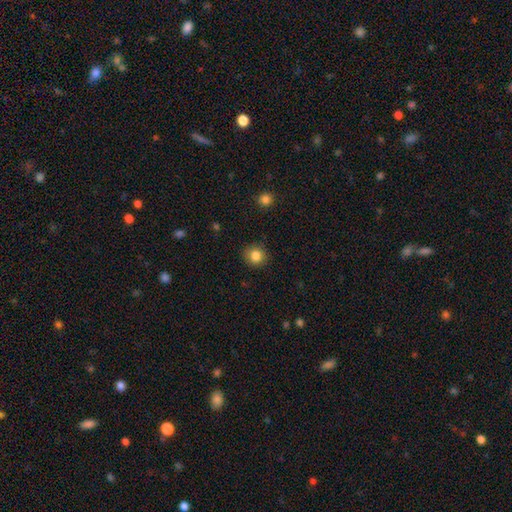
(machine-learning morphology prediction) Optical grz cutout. It shows a smooth galaxy with no disk features (84%) that is round (85%). Merging: none (87%).